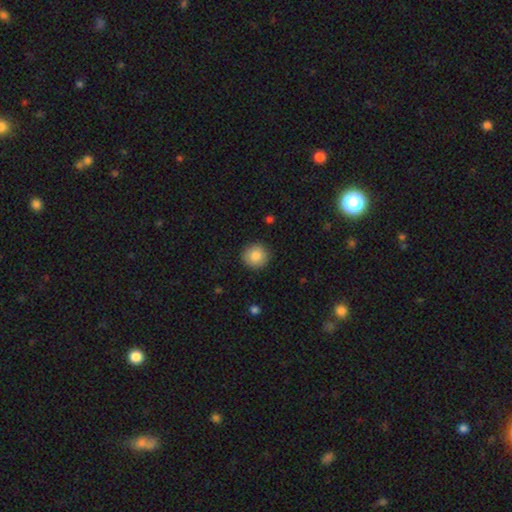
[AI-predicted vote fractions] A smooth galaxy with no disk features (84%) that is round (93%).

Vote fractions:
- Smooth or featured? smooth: 84% / star or artifact: 8% / featured or disk: 7%
- How rounded? round: 93% / in between: 6% / cigar-shaped: 1%
- Merging? none: 91% / minor disturbance: 7% / major disturbance: 2% / merger: 1%